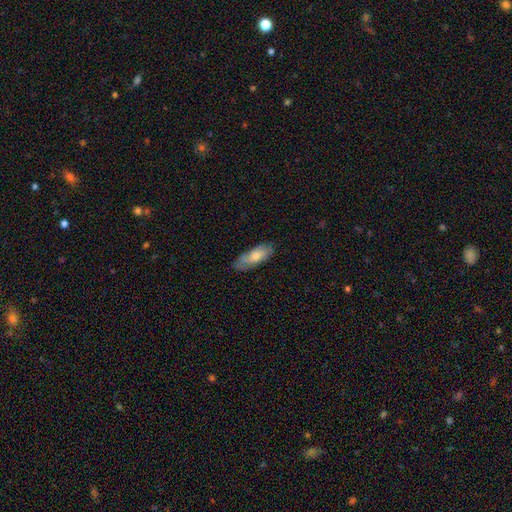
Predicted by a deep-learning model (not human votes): Overall: smooth (63%; featured or disk 31%). How rounded: in between (65%; cigar-shaped 33%). Merging: none (77%).